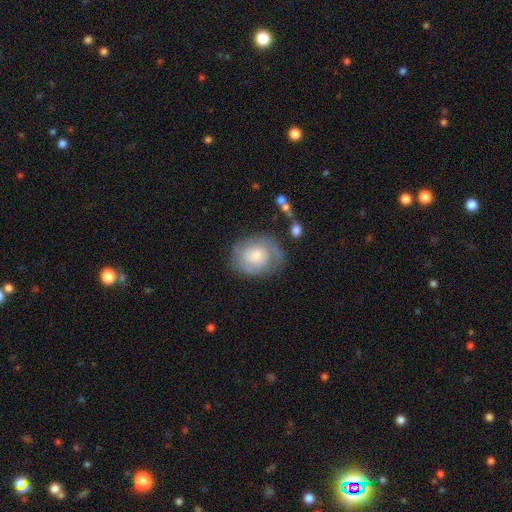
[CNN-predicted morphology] This is likely a featured or disk galaxy (62%). It is clearly not viewed edge-on (97%). Bar: likely no (76%). Spiral arm pattern: clearly yes (82%). Central bulge: possibly moderate (48%). Merging: likely none (71%).